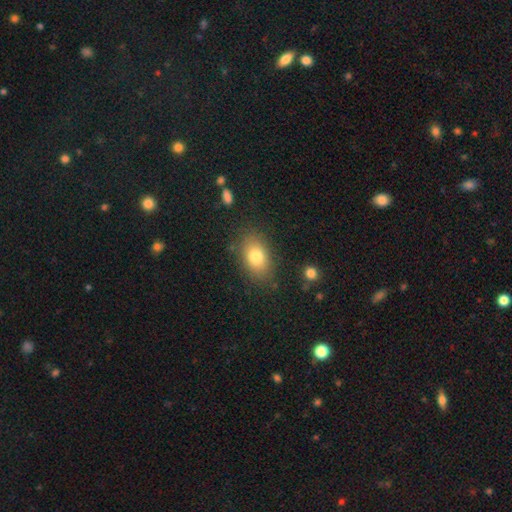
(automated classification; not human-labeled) This is likely a smooth galaxy (79%). How rounded: clearly in between (83%). Merging: clearly none (82%).